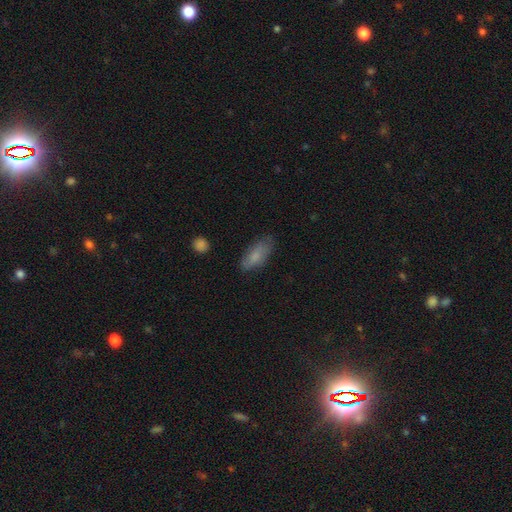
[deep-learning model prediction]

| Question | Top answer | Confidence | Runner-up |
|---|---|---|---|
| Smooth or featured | smooth | 78% | featured or disk (15%) |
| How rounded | in between | 79% | cigar-shaped (19%) |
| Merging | none | 71% | minor disturbance (22%) |